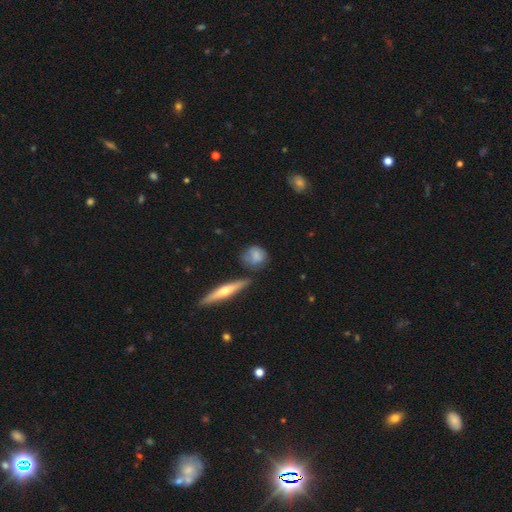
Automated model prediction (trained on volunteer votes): Smooth or featured? smooth (68%)
How rounded? round (64%)
Merging? none (60%)